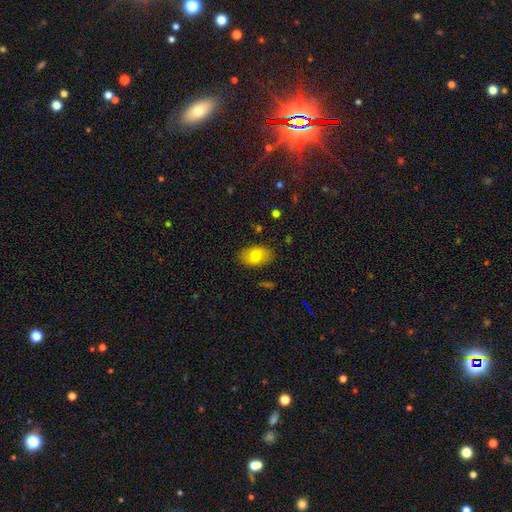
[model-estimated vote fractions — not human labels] Smooth or featured: smooth — 75% (featured or disk — 18%)
How rounded: in between — 88% (round — 11%)
Merging: none — 86% (minor disturbance — 11%)